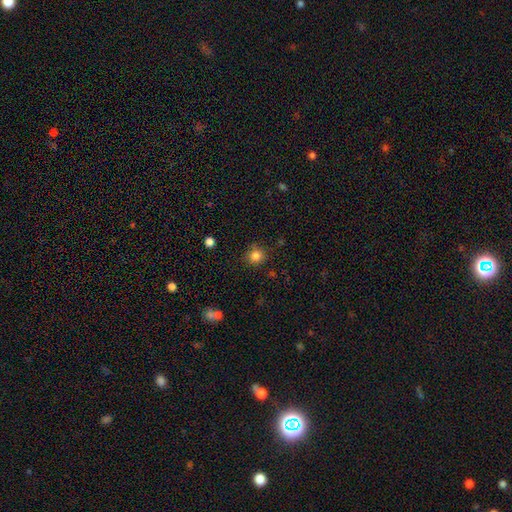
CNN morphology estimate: smooth 83%, star or artifact 12%, featured or disk 5%. Down the decision tree: how rounded — round (89%); merging — none (82%).